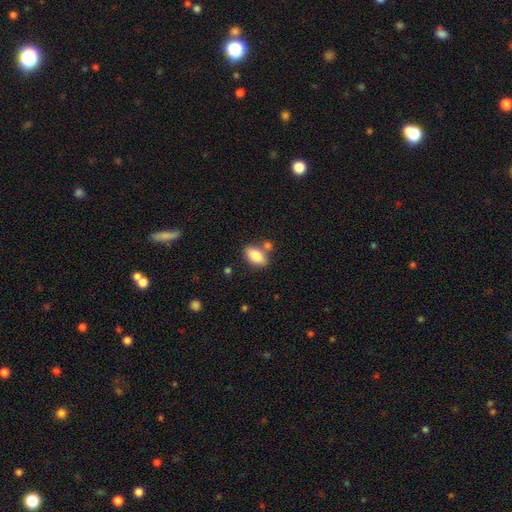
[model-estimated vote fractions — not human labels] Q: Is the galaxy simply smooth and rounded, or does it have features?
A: smooth — 82%.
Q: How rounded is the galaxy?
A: in between — 90%.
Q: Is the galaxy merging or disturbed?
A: none — 68%.